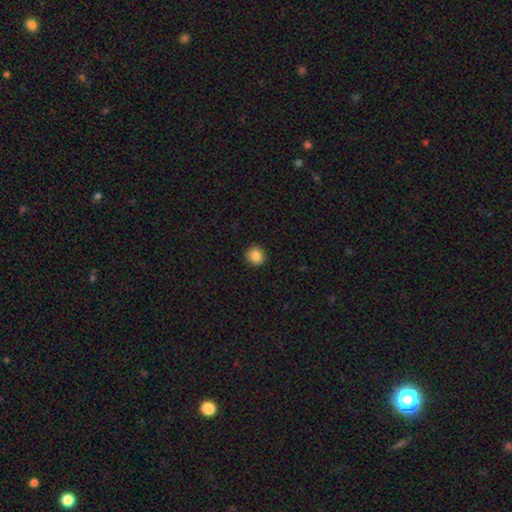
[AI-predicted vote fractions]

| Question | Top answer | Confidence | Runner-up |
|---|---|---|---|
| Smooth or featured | smooth | 87% | star or artifact (10%) |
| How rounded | round | 87% | in between (12%) |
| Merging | none | 91% | minor disturbance (7%) |